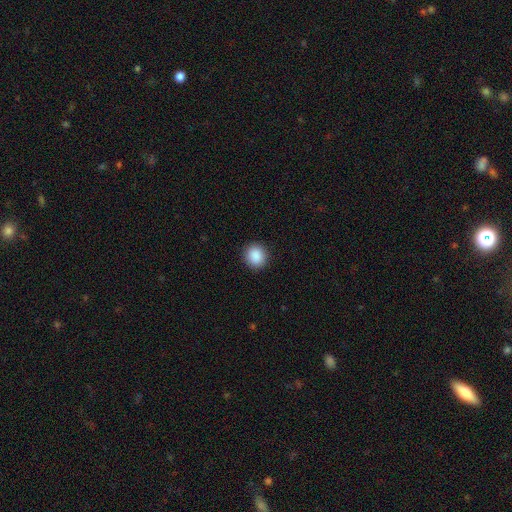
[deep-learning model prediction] A smooth galaxy with no disk features (89%) that is round (87%). Merging: none (92%).